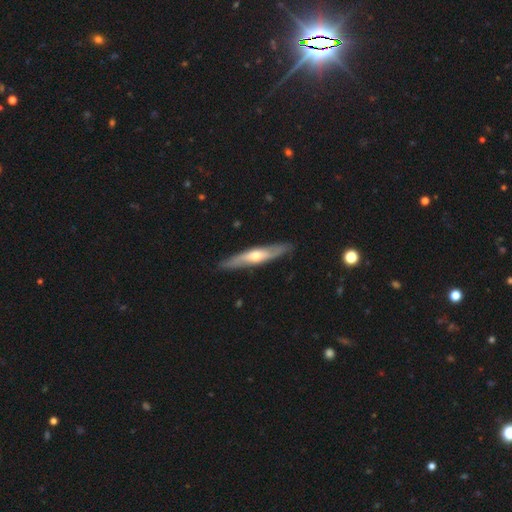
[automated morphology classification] smooth-or-featured: featured or disk: 60% | smooth: 36% | star or artifact: 5%
  disk-edge-on: yes: 77% | no: 23%
  merging: none: 87% | minor disturbance: 10% | major disturbance: 2% | merger: 1%